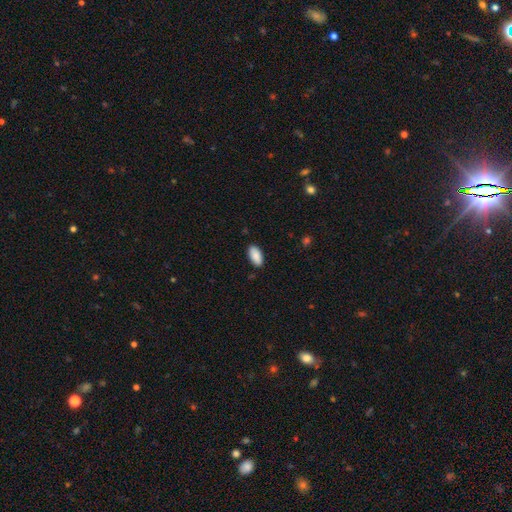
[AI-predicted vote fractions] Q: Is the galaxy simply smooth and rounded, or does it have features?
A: smooth — 90%.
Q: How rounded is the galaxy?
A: in between — 92%.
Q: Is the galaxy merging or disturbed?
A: none — 87%.